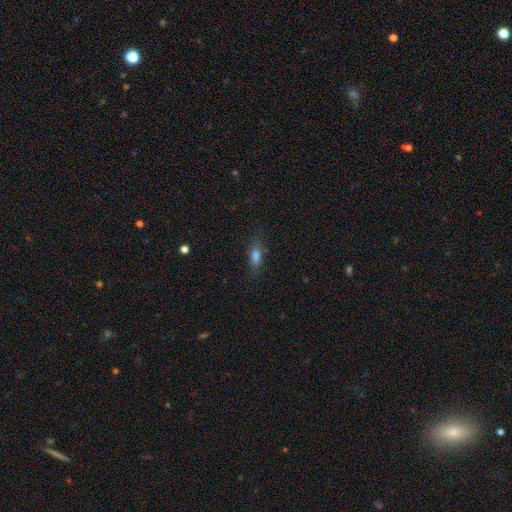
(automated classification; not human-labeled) Morphology: type=smooth (73%); roundness=in between (65%); merging=none (72%).